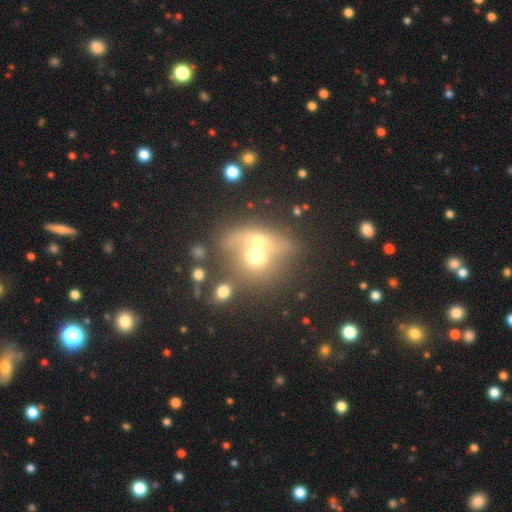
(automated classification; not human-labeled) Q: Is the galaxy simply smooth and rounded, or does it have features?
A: smooth — 57%.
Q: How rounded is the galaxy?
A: round — 67%.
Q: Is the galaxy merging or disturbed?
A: merger — 65%.